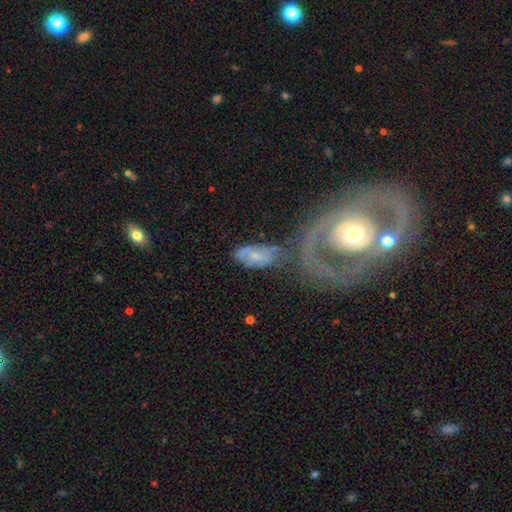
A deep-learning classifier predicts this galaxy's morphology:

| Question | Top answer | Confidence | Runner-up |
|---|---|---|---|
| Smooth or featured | featured or disk | 56% | smooth (35%) |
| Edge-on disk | no | 93% | yes (7%) |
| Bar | no | 55% | weak (33%) |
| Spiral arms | yes | 71% | no (29%) |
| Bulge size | small | 52% | moderate (38%) |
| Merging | none | 40% | merger (23%) |